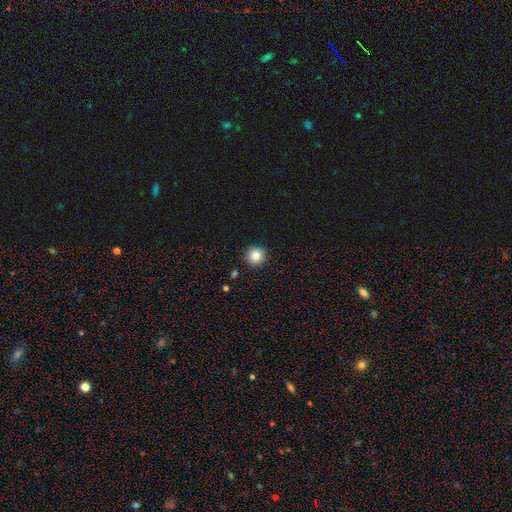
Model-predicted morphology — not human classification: smooth-or-featured: smooth: 83% | star or artifact: 11% | featured or disk: 6%
  how-rounded: round: 93% | in between: 6% | cigar-shaped: 1%
  merging: none: 91% | minor disturbance: 6% | major disturbance: 2% | merger: 1%